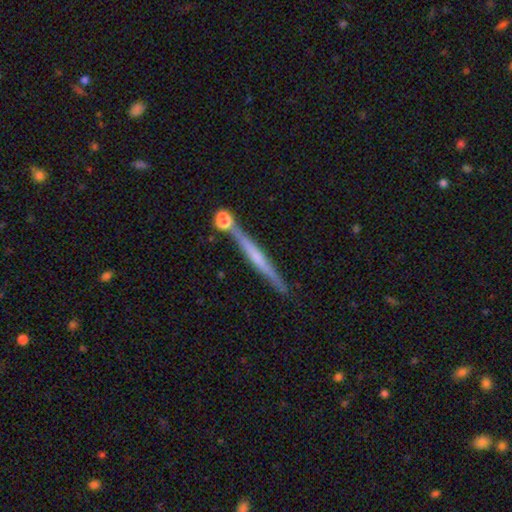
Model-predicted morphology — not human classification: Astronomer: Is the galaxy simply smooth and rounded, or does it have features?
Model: featured or disk — 59% (runner-up: smooth, 35%).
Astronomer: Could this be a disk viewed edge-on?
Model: yes — 96%.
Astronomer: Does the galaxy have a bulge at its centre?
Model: none — 55% (runner-up: rounded, 31%).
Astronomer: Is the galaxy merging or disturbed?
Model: none — 75%.